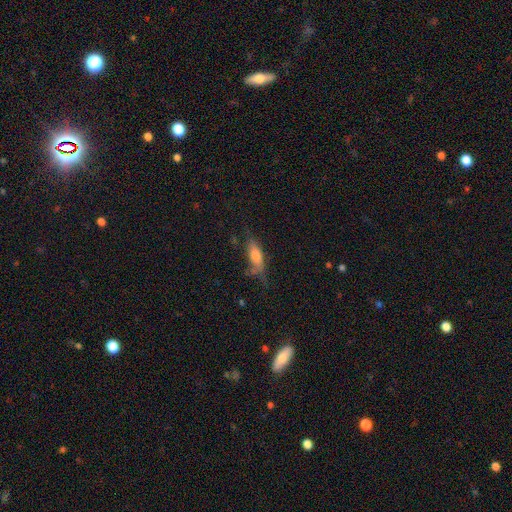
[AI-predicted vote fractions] Smooth or featured: smooth — 64% (featured or disk — 27%)
How rounded: in between — 56% (cigar-shaped — 41%)
Merging: none — 53% (minor disturbance — 28%)